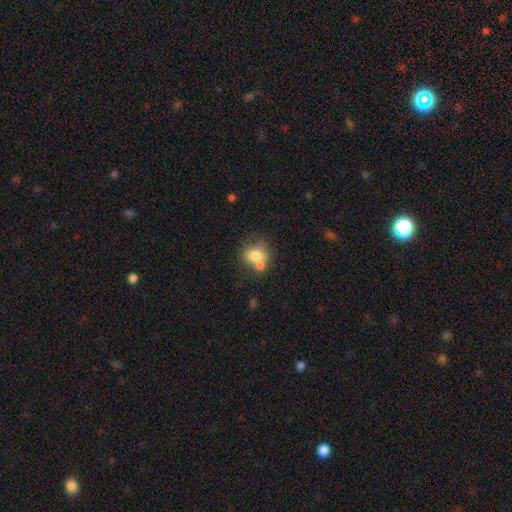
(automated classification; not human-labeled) smooth_or_featured: smooth (p=0.73) [alt: featured or disk p=0.18]
how_rounded: round (p=0.64) [alt: in between p=0.35]
merging: merger (p=0.46) [alt: none p=0.36]